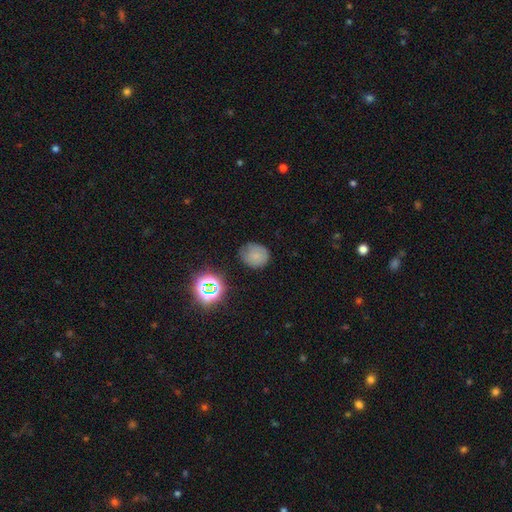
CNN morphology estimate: A smooth galaxy with no disk features (66%) that is round (75%). Merging: none (71%).